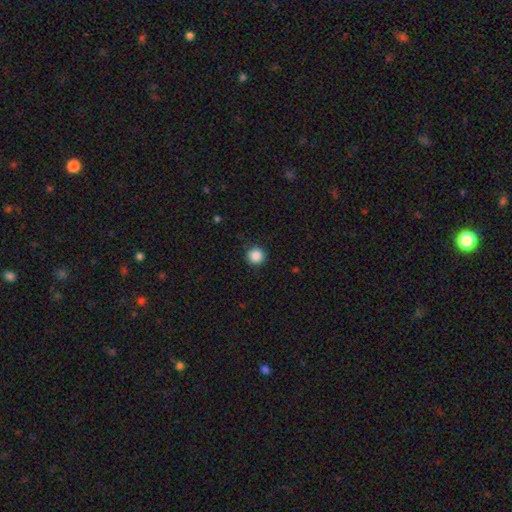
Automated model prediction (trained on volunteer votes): A smooth galaxy with no disk features (88%) that is round (95%).

Vote fractions:
- Smooth or featured? smooth: 88% / star or artifact: 10% / featured or disk: 2%
- How rounded? round: 95% / in between: 4% / cigar-shaped: 1%
- Merging? none: 91% / minor disturbance: 6% / major disturbance: 2% / merger: 1%